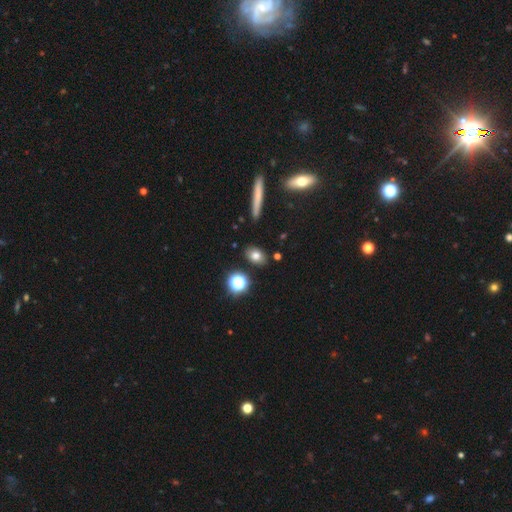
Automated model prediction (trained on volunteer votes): A smooth galaxy with no disk features (75%) that is in between round and cigar-shaped (74%). Merging: none (85%).